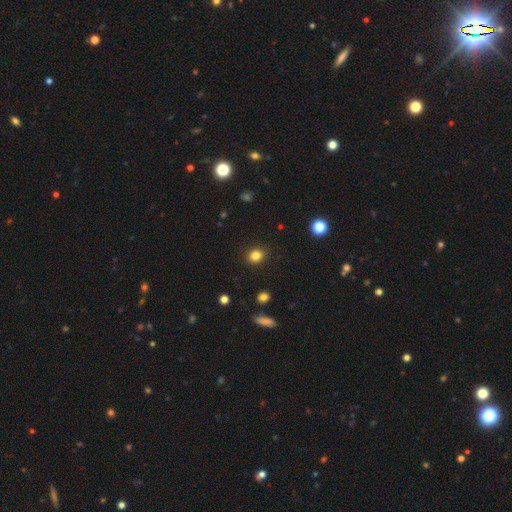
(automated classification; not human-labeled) Smooth or featured: smooth — 83% (star or artifact — 12%)
How rounded: round — 60% (in between — 39%)
Merging: none — 89% (minor disturbance — 8%)